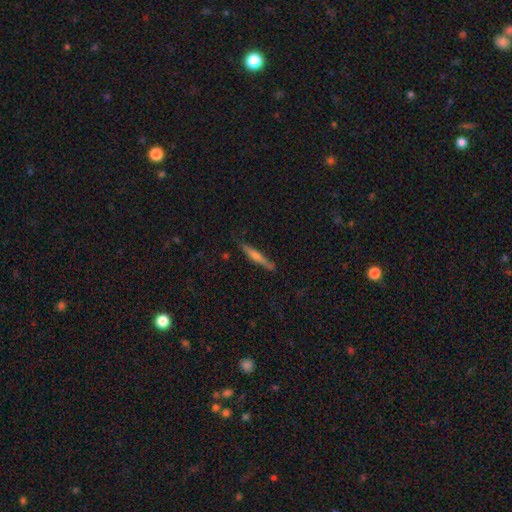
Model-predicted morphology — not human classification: This is possibly a featured or disk galaxy (49%). Merging: clearly none (85%).